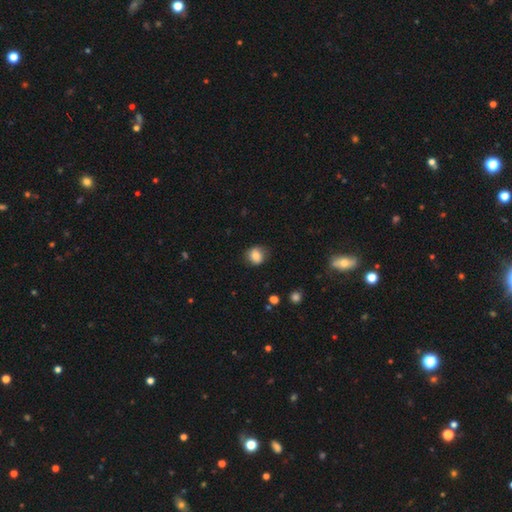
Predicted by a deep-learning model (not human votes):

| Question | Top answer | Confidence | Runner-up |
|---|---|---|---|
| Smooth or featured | smooth | 79% | featured or disk (11%) |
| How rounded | round | 78% | in between (21%) |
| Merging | none | 80% | minor disturbance (15%) |